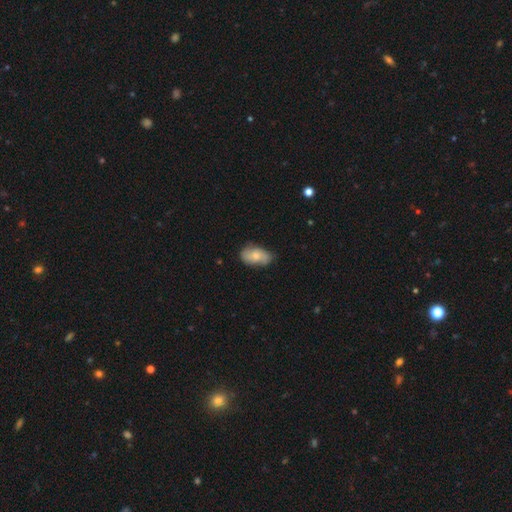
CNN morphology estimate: Smooth or featured? smooth (57%)
How rounded? in between (90%)
Merging? none (60%)